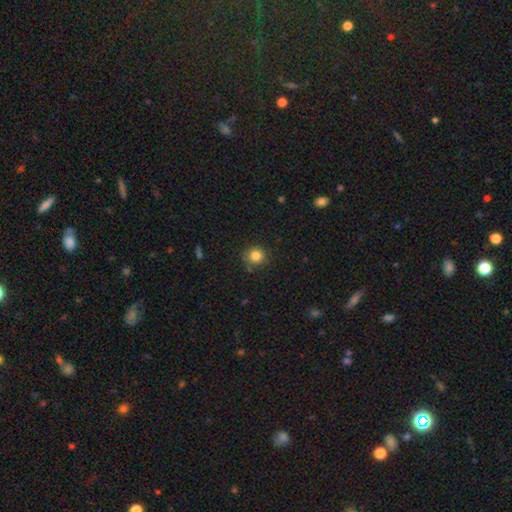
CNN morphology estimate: smooth_or_featured: smooth (p=0.83) [alt: star or artifact p=0.12]
how_rounded: round (p=0.89) [alt: in between p=0.10]
merging: none (p=0.79) [alt: minor disturbance p=0.15]